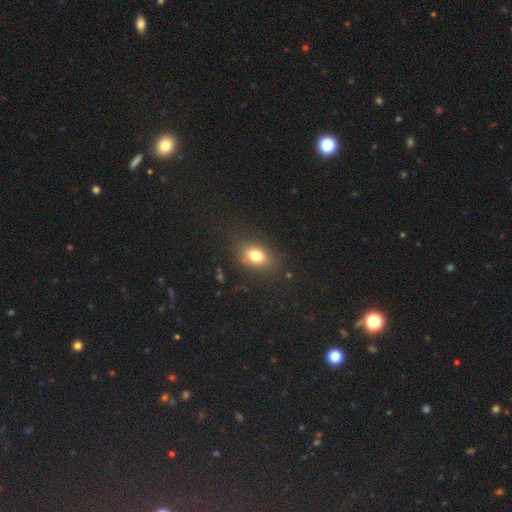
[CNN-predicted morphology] Smooth or featured: smooth — 77% (star or artifact — 13%)
How rounded: in between — 71% (round — 27%)
Merging: none — 81% (minor disturbance — 12%)